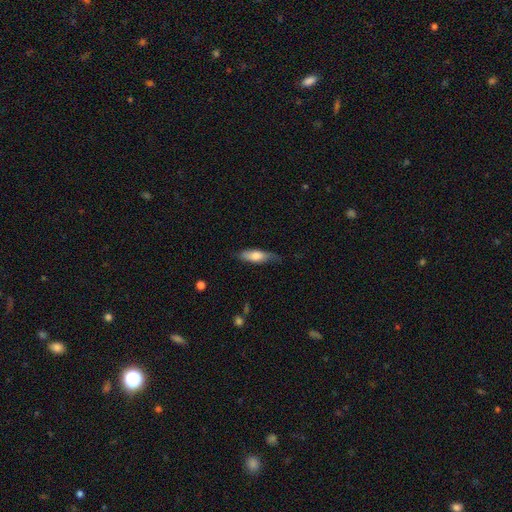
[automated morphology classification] Smooth or featured? smooth (70%)
How rounded? in between (55%)
Merging? none (60%)